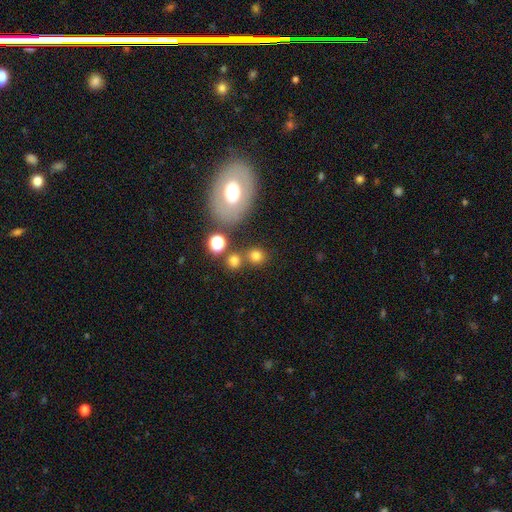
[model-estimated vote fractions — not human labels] This is likely a smooth galaxy (75%). How rounded: clearly round (82%). Merging: likely none (67%).